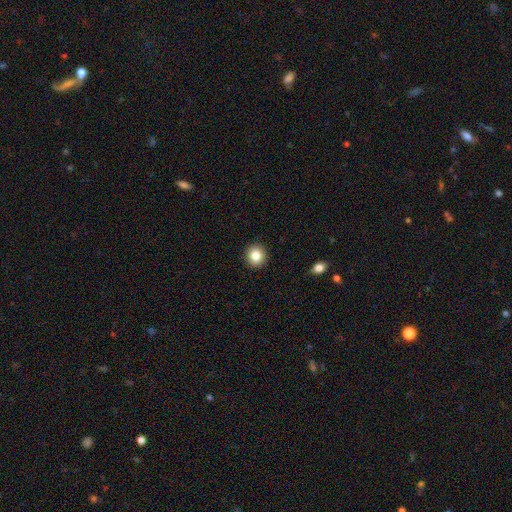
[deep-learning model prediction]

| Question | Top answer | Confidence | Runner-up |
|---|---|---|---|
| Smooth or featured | smooth | 84% | star or artifact (10%) |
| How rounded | round | 89% | in between (10%) |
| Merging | none | 92% | minor disturbance (5%) |